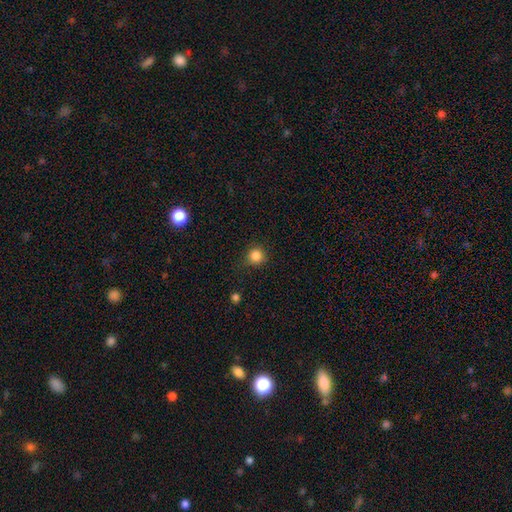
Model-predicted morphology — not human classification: This is clearly a smooth galaxy (85%). How rounded: clearly round (93%). Merging: clearly none (84%).